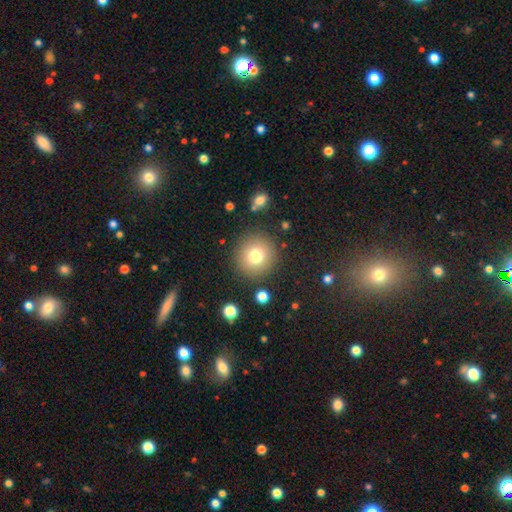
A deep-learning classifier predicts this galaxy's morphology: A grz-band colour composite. It shows a smooth galaxy with no disk features (77%) that is round (94%). Merging: none (87%).